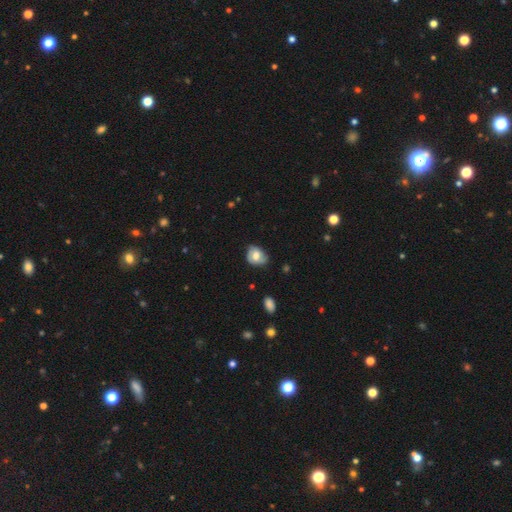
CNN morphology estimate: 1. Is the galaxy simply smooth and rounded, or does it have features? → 60% smooth, 33% featured or disk, 8% star or artifact.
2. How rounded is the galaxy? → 57% in between, 42% round, 1% cigar-shaped.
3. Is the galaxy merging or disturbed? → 62% none, 30% minor disturbance, 7% major disturbance, 2% merger.